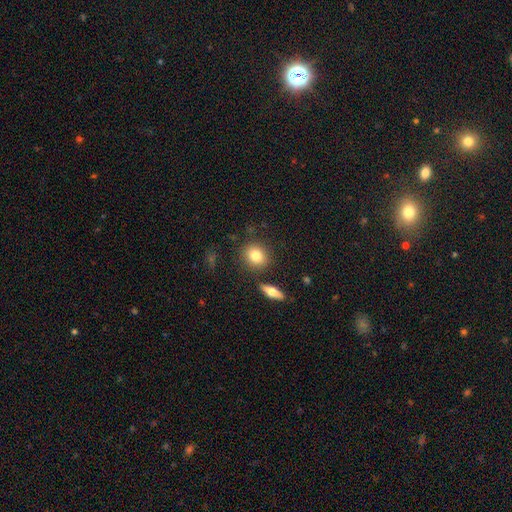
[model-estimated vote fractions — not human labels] Smooth or featured: smooth — 80% (featured or disk — 11%)
How rounded: round — 69% (in between — 29%)
Merging: none — 83% (minor disturbance — 9%)